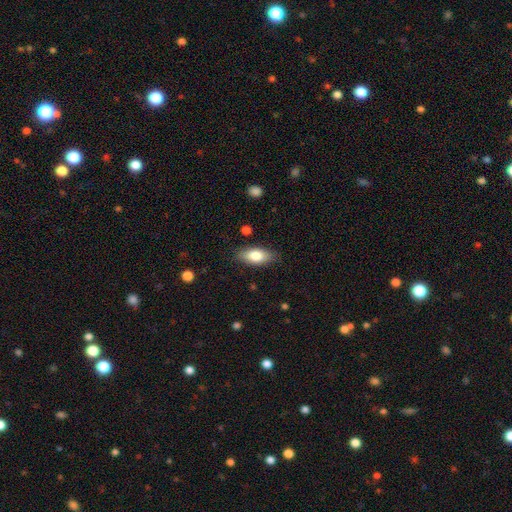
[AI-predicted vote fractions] A smooth galaxy with no disk features (79%) that is in between round and cigar-shaped (86%). Merging: none (85%).